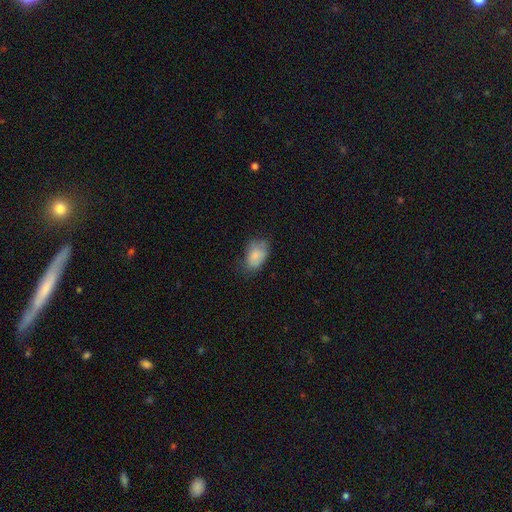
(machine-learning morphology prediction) smooth 83%, featured or disk 10%, star or artifact 8%. Down the decision tree: how rounded — in between (87%); merging — none (58%).